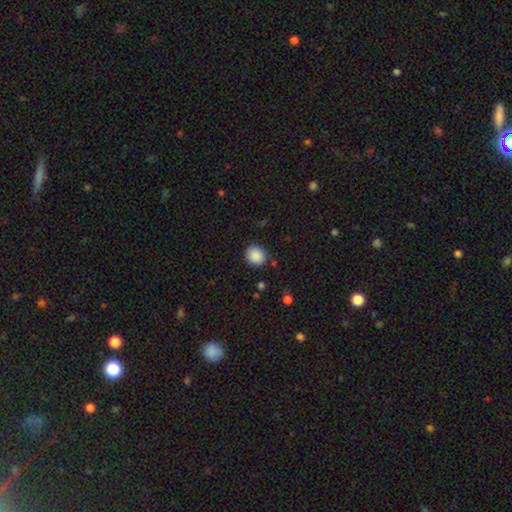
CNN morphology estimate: A smooth galaxy with no disk features (89%) that is round (72%).

Vote fractions:
- Smooth or featured? smooth: 89% / star or artifact: 8% / featured or disk: 3%
- How rounded? round: 72% / in between: 27% / cigar-shaped: 1%
- Merging? none: 86% / minor disturbance: 9% / major disturbance: 3% / merger: 2%